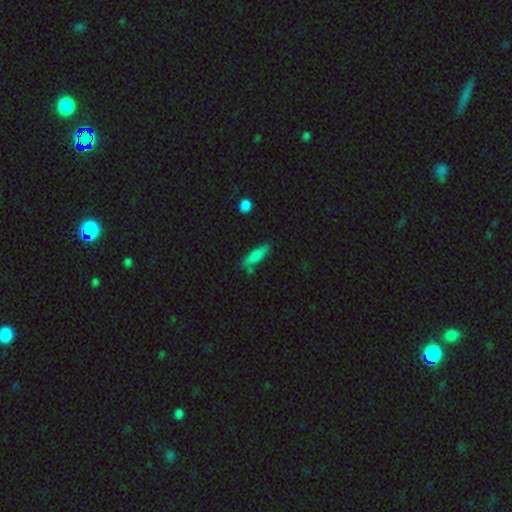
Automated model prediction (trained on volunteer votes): smooth 74%, featured or disk 19%, star or artifact 7%. Down the decision tree: how rounded — cigar-shaped (67%); merging — none (69%).